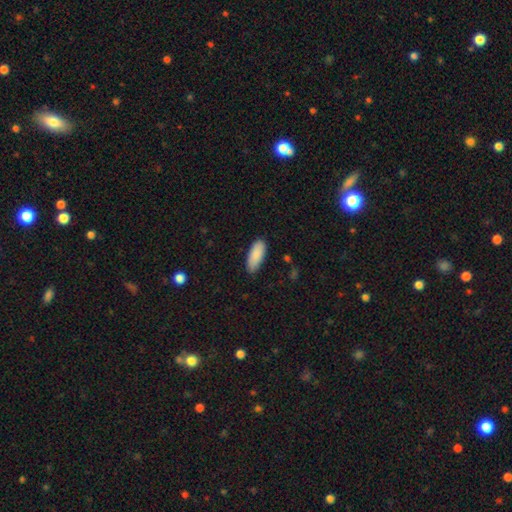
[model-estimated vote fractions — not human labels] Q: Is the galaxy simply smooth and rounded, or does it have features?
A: smooth — 90%.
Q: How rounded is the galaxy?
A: in between — 83%.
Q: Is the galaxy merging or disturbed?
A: none — 84%.